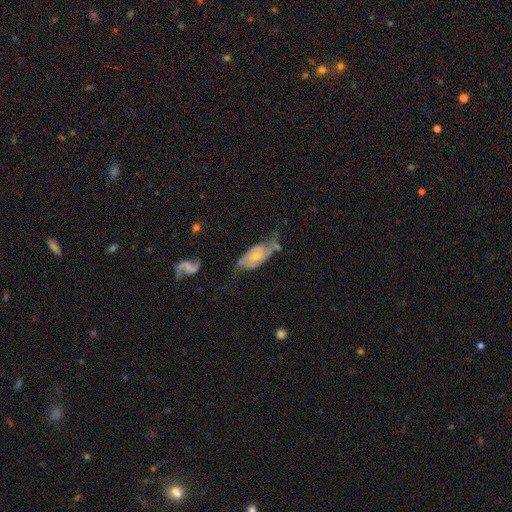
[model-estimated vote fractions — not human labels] A featured or disk galaxy (77%) with no bar (63%), 2 (82%) medium (42%) spiral arms (91%) and a small central bulge (49%). Merging: none (48%).